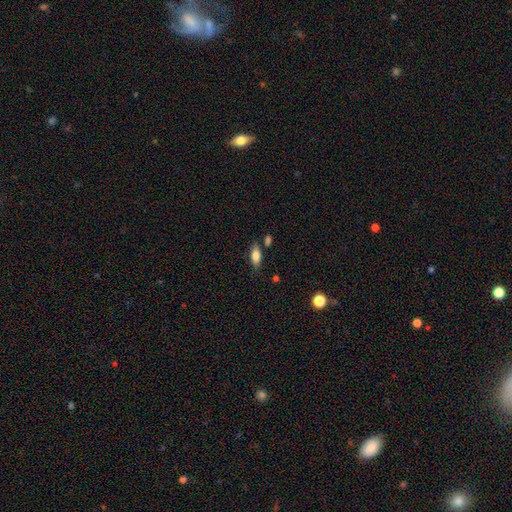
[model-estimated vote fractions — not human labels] smooth 76%, featured or disk 16%, star or artifact 8%. Down the decision tree: how rounded — in between (77%); merging — none (74%).